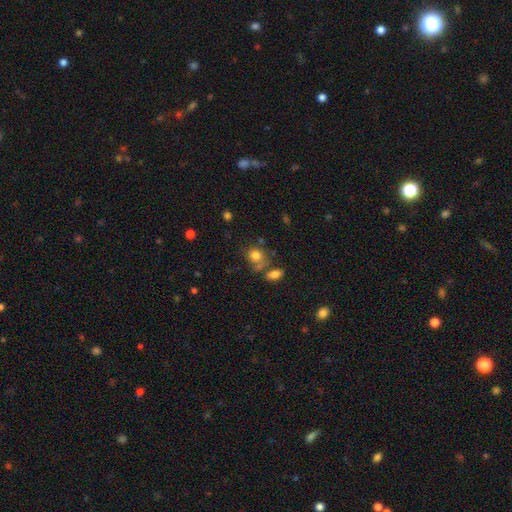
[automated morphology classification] type=smooth (79%); roundness=round (69%); merging=none (54%).